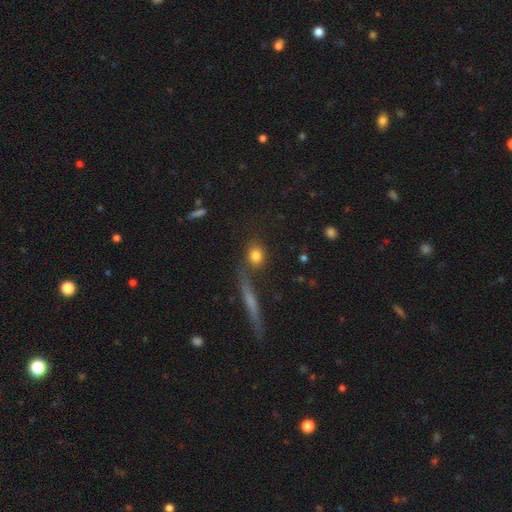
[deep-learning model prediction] A smooth galaxy with no disk features (81%) that is round (57%). Merging: none (71%).